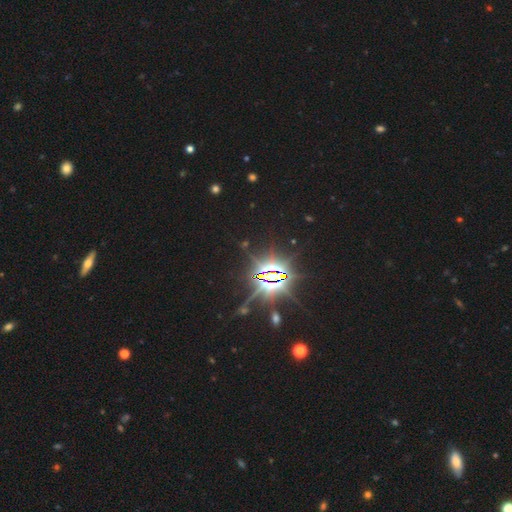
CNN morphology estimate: type=star or artifact (87%).